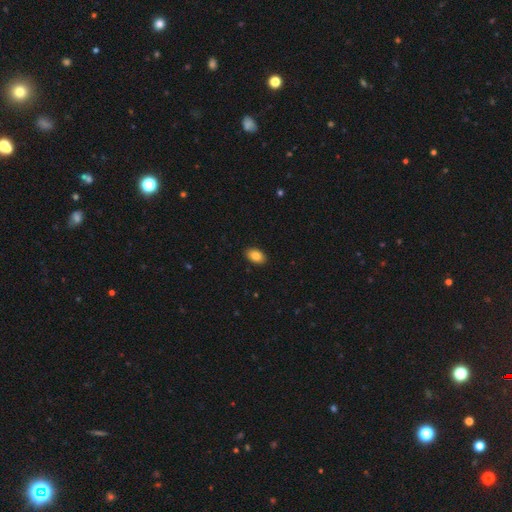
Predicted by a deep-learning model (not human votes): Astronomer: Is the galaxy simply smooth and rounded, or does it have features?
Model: smooth — 86%.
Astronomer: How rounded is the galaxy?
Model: in between — 90%.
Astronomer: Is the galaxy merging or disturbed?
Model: none — 90%.